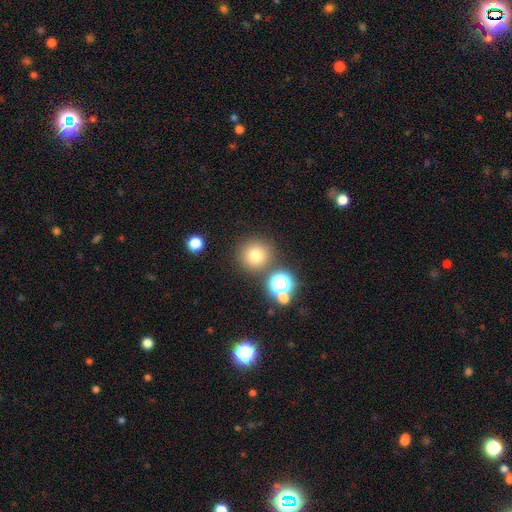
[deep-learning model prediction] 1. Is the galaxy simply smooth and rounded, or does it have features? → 74% smooth, 17% star or artifact, 9% featured or disk.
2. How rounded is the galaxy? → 94% round, 5% in between, 1% cigar-shaped.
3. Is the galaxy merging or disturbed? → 81% none, 8% merger, 8% minor disturbance, 3% major disturbance.